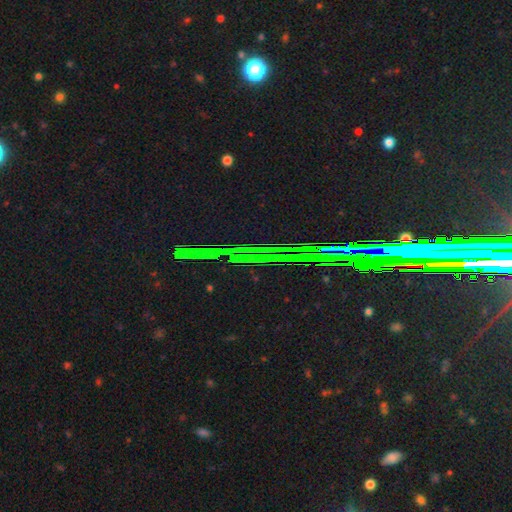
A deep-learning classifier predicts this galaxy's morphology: smooth-or-featured: star or artifact: 85% | featured or disk: 8% | smooth: 7%